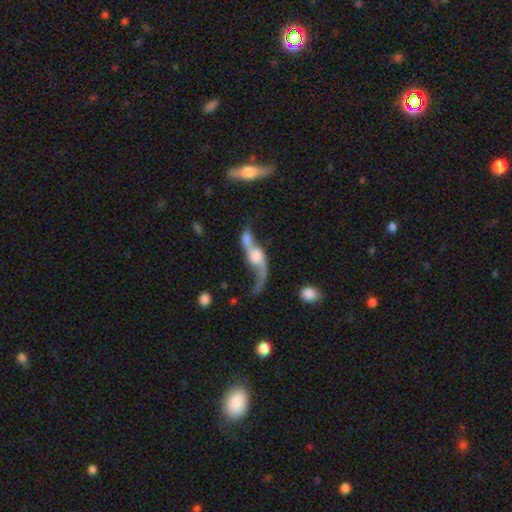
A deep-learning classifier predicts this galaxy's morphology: smooth_or_featured: featured or disk (p=0.74) [alt: smooth p=0.19]
disk_edge_on: no (p=0.87) [alt: yes p=0.13]
bar: no (p=0.63) [alt: weak p=0.28]
has_spiral_arms: yes (p=0.83) [alt: no p=0.17]
spiral_winding: loose (p=0.91) [alt: medium p=0.07]
spiral_arm_count: 2 (p=0.80) [alt: 1 p=0.14]
bulge_size: moderate (p=0.30) [alt: large p=0.29]
merging: merger (p=0.48) [alt: none p=0.24]